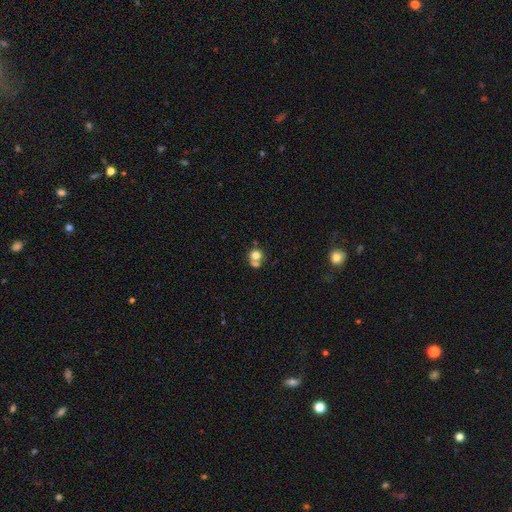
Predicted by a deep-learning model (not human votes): smooth-or-featured: smooth: 73% | featured or disk: 14% | star or artifact: 13%
  how-rounded: round: 82% | in between: 17% | cigar-shaped: 1%
  merging: none: 45% | merger: 40% | minor disturbance: 10% | major disturbance: 5%